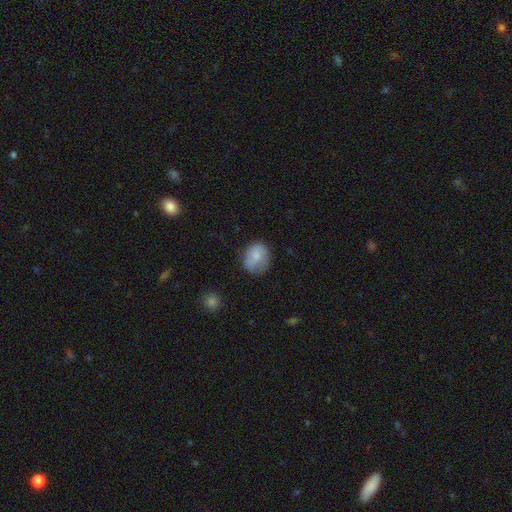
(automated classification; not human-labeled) Smooth or featured? Predicted: smooth (p=0.76). How rounded? Predicted: round (p=0.50). Merging? Predicted: none (p=0.61).